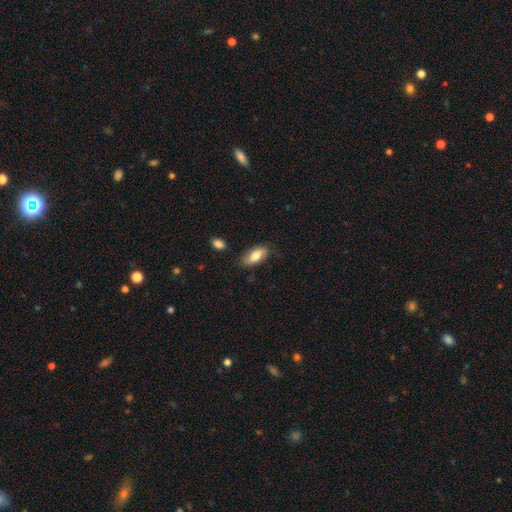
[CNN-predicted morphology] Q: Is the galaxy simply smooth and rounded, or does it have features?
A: smooth — 75%.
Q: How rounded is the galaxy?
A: in between — 87%.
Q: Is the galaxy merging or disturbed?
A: none — 77%.